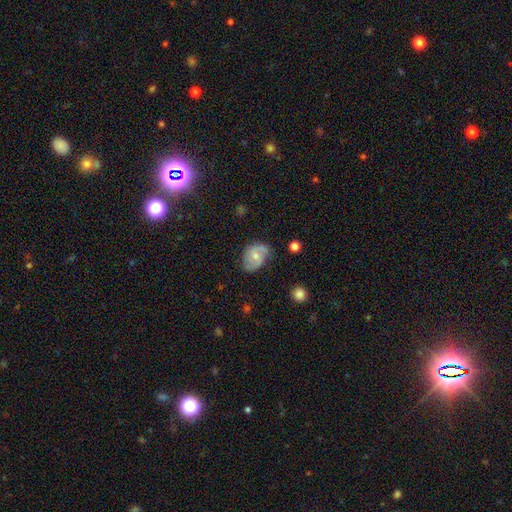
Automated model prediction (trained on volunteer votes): Smooth or featured? featured or disk (62%)
Edge-on disk? no (97%)
Bar? no (59%)
Spiral arms? yes (87%)
Spiral winding? medium (45%)
Spiral arm count? 2 (79%)
Bulge size? moderate (51%)
Merging? none (61%)